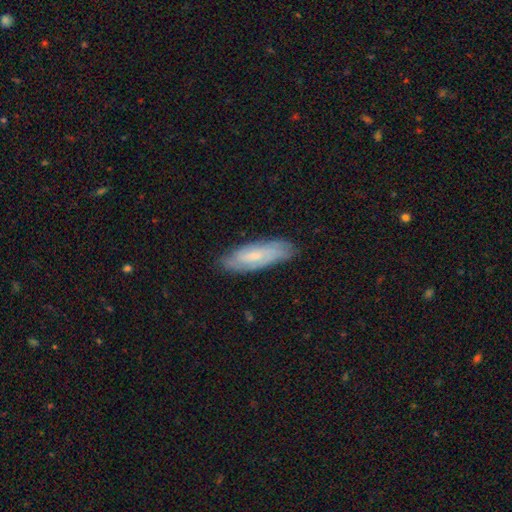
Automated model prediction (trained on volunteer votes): This appears to be a featured or disk galaxy (52%). Merging: none (78%).